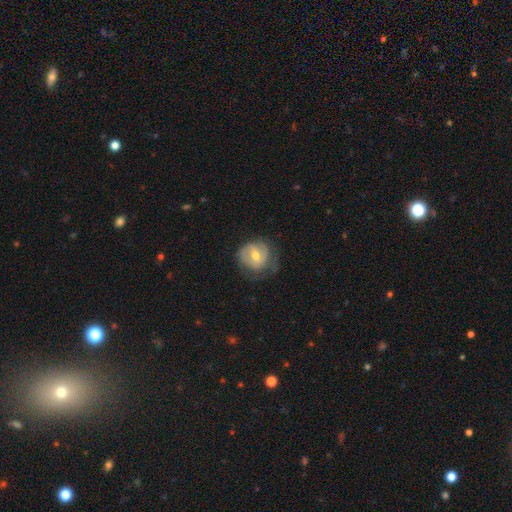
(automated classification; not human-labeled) This is possibly a featured or disk galaxy (54%). It is clearly not viewed edge-on (96%). Bar: marginally weak (44%). Spiral arm pattern: likely yes (65%). Central bulge: likely moderate (64%). Merging: possibly none (57%).